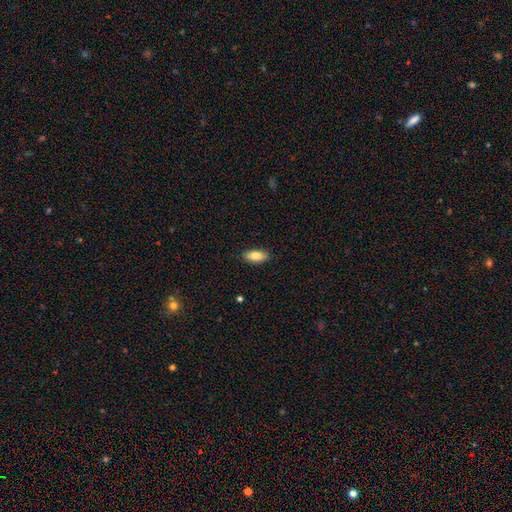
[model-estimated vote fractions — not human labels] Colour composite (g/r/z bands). It shows a smooth galaxy with no disk features (84%) that is in between round and cigar-shaped (89%). Merging: none (88%).